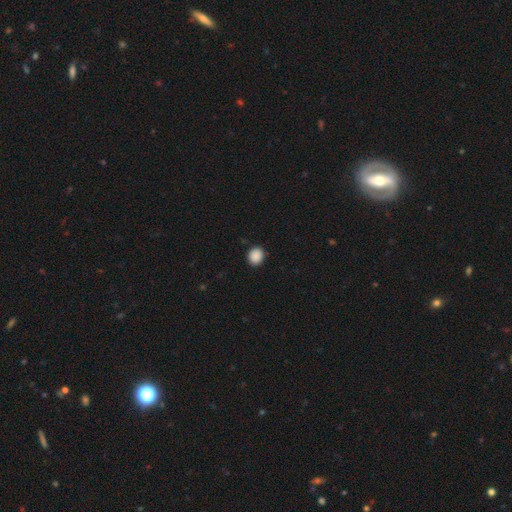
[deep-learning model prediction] This appears to be a smooth galaxy with no disk features (89%) that is round (67%). Merging: none (90%).